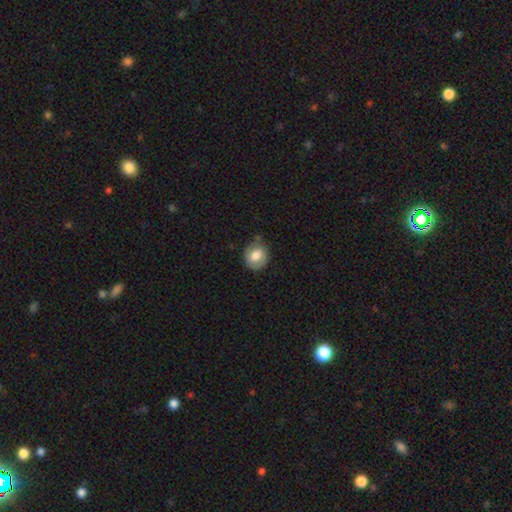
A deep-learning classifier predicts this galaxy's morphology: Q: Smooth or featured?
A: smooth (69%); runner-up: featured or disk (24%)
Q: How rounded?
A: round (67%); runner-up: in between (32%)
Q: Merging?
A: none (66%); runner-up: minor disturbance (26%)